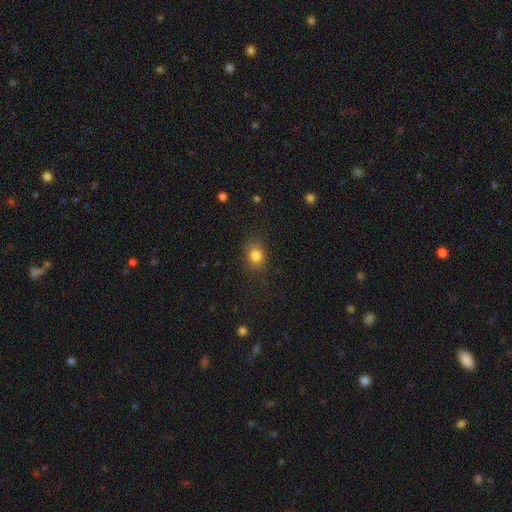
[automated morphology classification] Smooth or featured? smooth (82%)
How rounded? in between (50%)
Merging? none (82%)